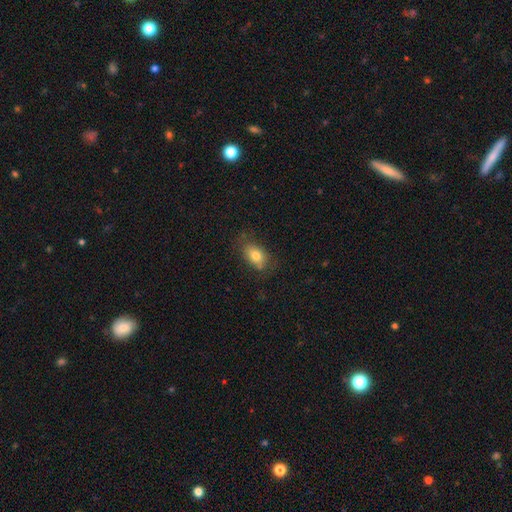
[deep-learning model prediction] smooth_or_featured: smooth (p=0.78) [alt: featured or disk p=0.13]
how_rounded: in between (p=0.86) [alt: round p=0.12]
merging: none (p=0.72) [alt: minor disturbance p=0.20]